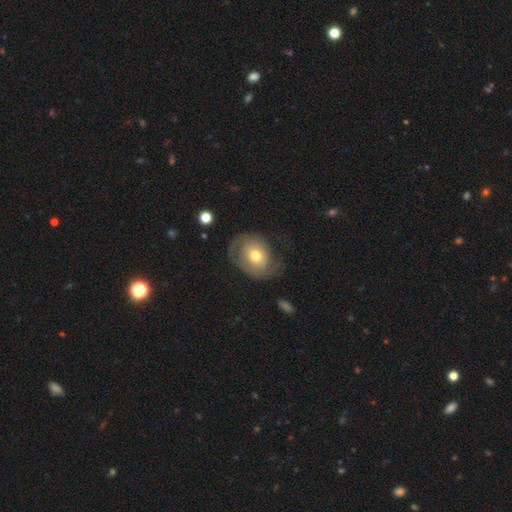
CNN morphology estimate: Q: Smooth or featured?
A: featured or disk (54%); runner-up: smooth (38%)
Q: Edge-on disk?
A: no (96%); runner-up: yes (4%)
Q: Bar?
A: no (78%); runner-up: weak (18%)
Q: Spiral arms?
A: yes (78%); runner-up: no (22%)
Q: Bulge size?
A: moderate (73%); runner-up: small (15%)
Q: Merging?
A: none (60%); runner-up: minor disturbance (23%)